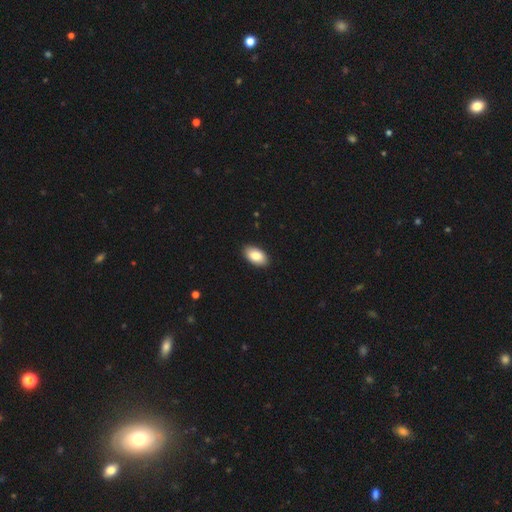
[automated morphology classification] smooth 85%, featured or disk 8%, star or artifact 6%. Down the decision tree: how rounded — in between (95%); merging — none (90%).